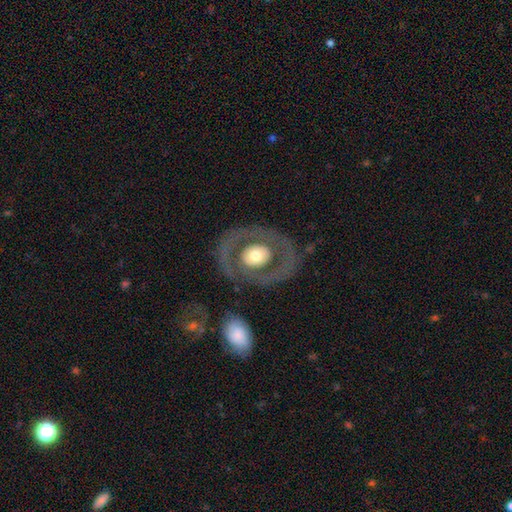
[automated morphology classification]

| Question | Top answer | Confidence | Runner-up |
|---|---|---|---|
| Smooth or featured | featured or disk | 59% | smooth (36%) |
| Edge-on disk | no | 93% | yes (7%) |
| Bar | no | 87% | weak (9%) |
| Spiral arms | no | 83% | yes (17%) |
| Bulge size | moderate | 54% | large (33%) |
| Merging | none | 80% | minor disturbance (10%) |